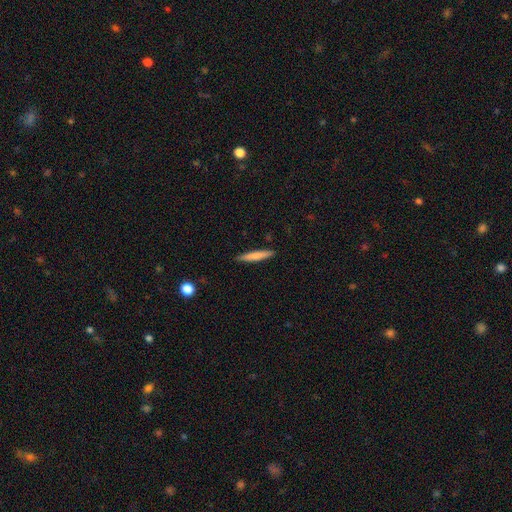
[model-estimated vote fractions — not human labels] Smooth or featured? Predicted: smooth (p=0.73). How rounded? Predicted: cigar-shaped (p=0.94). Merging? Predicted: none (p=0.90).